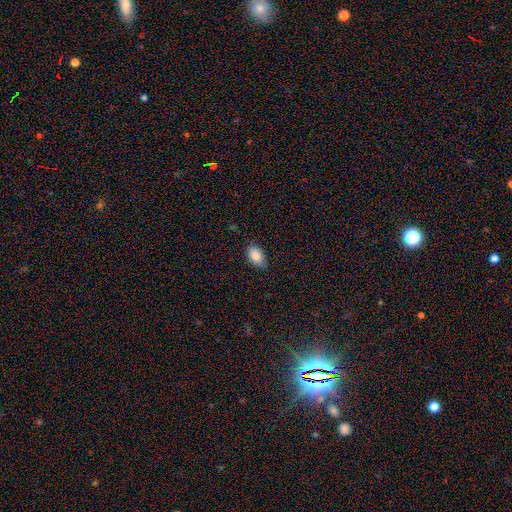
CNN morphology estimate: This is clearly a smooth galaxy (86%). How rounded: clearly in between (91%). Merging: clearly none (80%).